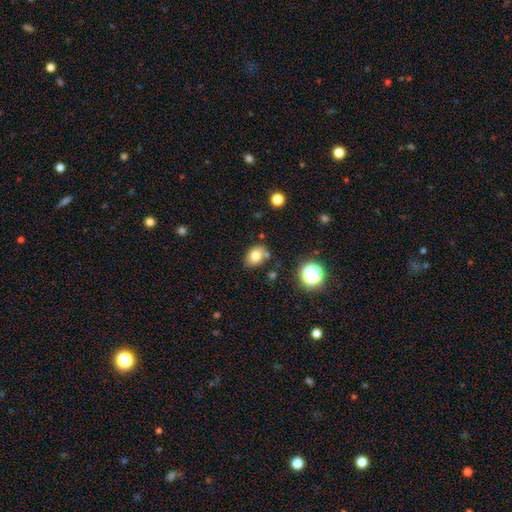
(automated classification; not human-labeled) Overall: smooth (77%). How rounded: in between (64%; round 35%). Merging: none (74%).